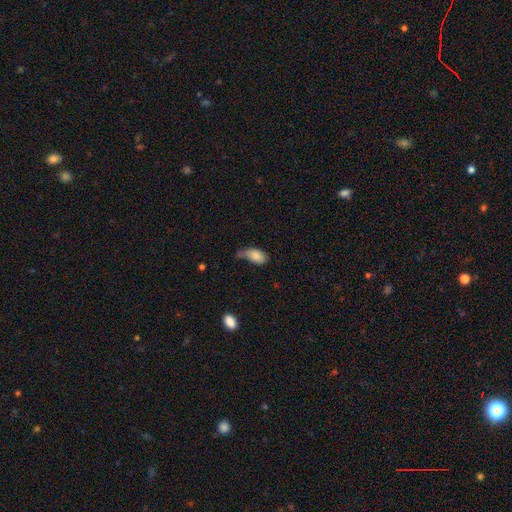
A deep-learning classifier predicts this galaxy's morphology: Q: Smooth or featured?
A: smooth (82%); runner-up: featured or disk (10%)
Q: How rounded?
A: in between (92%); runner-up: round (5%)
Q: Merging?
A: minor disturbance (35%); tied with: none (35%)